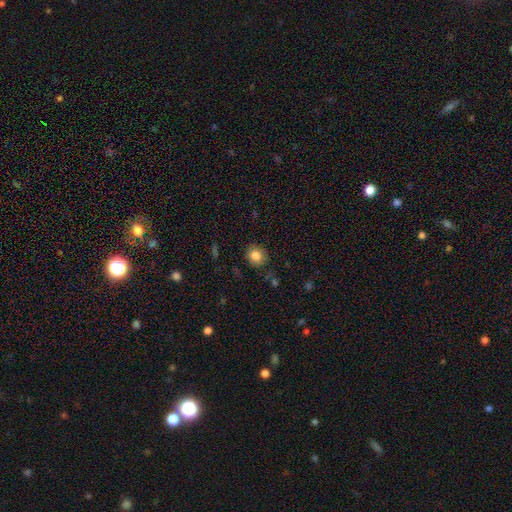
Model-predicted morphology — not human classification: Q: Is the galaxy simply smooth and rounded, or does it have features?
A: smooth — 82%.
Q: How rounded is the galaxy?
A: round — 78%.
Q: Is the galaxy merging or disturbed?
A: none — 85%.